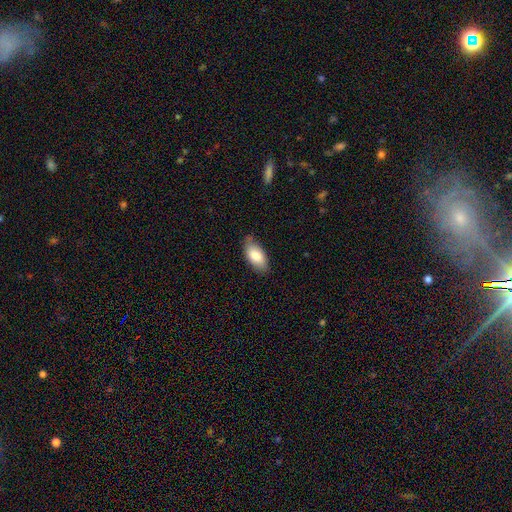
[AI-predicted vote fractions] smooth-or-featured: smooth: 83% | featured or disk: 11% | star or artifact: 6%
  how-rounded: in between: 92% | cigar-shaped: 5% | round: 2%
  merging: none: 76% | minor disturbance: 19% | major disturbance: 3% | merger: 1%